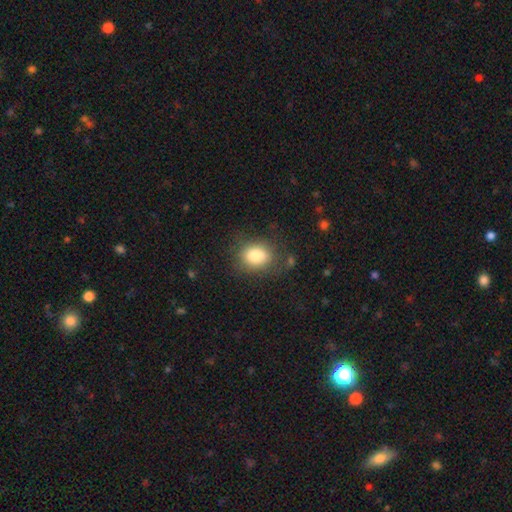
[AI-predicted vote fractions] Smooth or featured? smooth (82%)
How rounded? in between (56%)
Merging? none (75%)